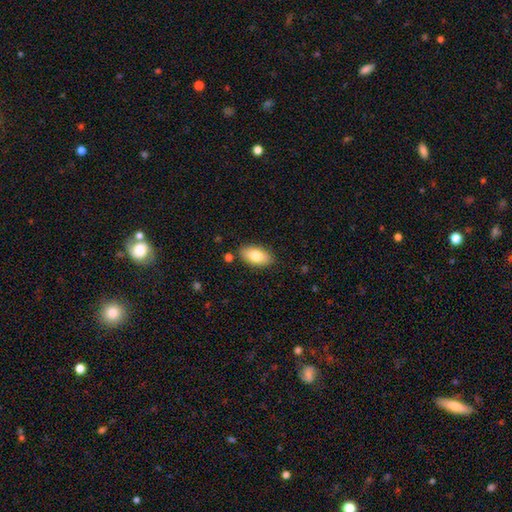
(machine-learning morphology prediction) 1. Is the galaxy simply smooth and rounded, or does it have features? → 79% smooth, 14% featured or disk, 7% star or artifact.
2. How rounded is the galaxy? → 93% in between, 4% round, 3% cigar-shaped.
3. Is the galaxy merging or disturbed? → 86% none, 10% minor disturbance, 2% major disturbance, 2% merger.